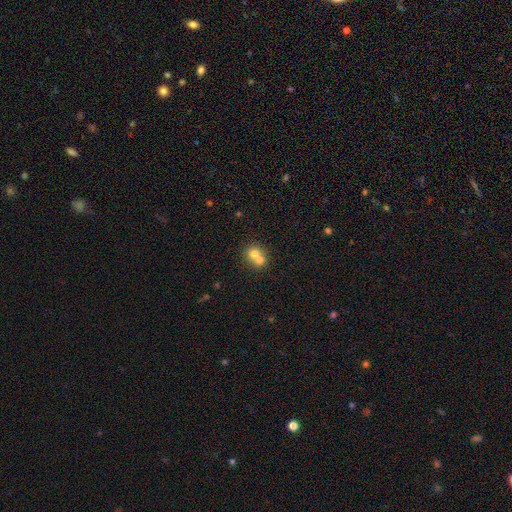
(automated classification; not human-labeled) The model was most divided on "merging": merger: 63%, none: 31%, minor disturbance: 5%, major disturbance: 2%. More confident: how rounded — round (81%); smooth or featured — smooth (71%).